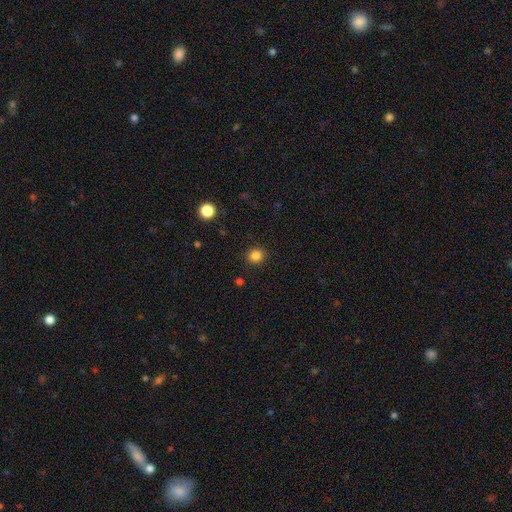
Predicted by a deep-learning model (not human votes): smooth_or_featured: smooth (p=0.84) [alt: star or artifact p=0.12]
how_rounded: round (p=0.87) [alt: in between p=0.12]
merging: none (p=0.90) [alt: minor disturbance p=0.06]